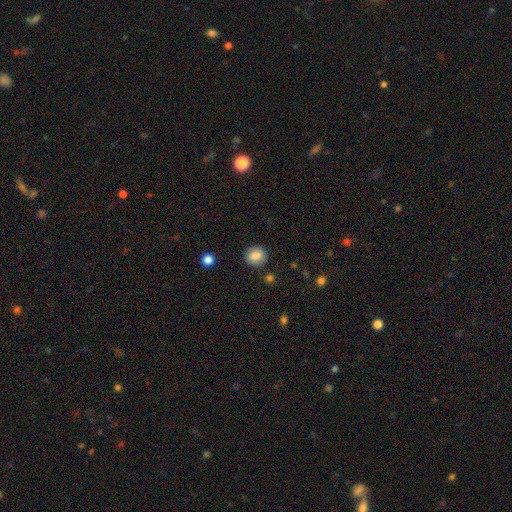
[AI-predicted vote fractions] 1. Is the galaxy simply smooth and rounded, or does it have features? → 85% smooth, 9% star or artifact, 6% featured or disk.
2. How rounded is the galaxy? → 75% round, 24% in between, 1% cigar-shaped.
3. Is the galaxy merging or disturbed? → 86% none, 9% minor disturbance, 3% major disturbance, 2% merger.